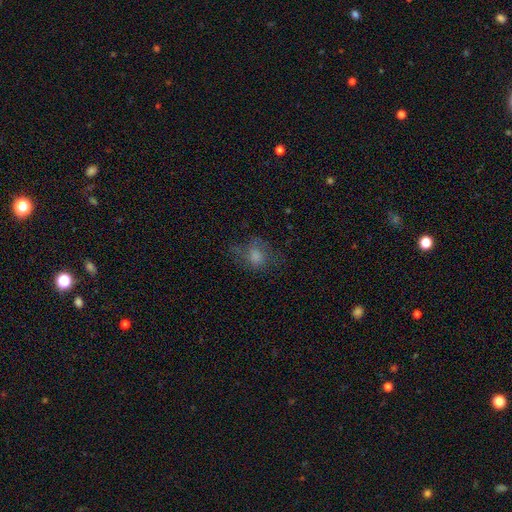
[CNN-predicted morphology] Smooth or featured: smooth — 54% (featured or disk — 25%)
How rounded: round — 59% (in between — 39%)
Merging: none — 57% (minor disturbance — 21%)